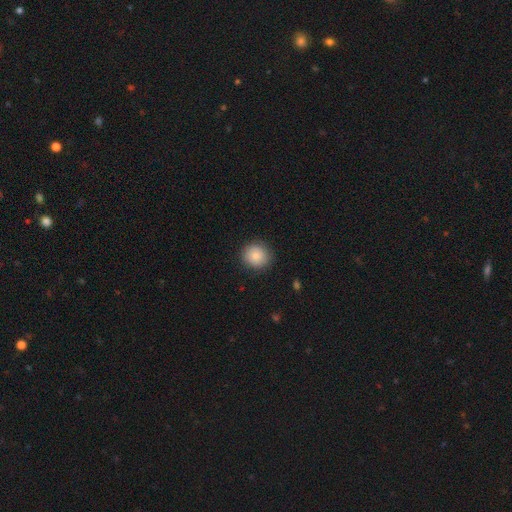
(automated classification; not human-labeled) This appears to be a smooth galaxy with no disk features (87%) that is round (87%). Merging: none (88%).